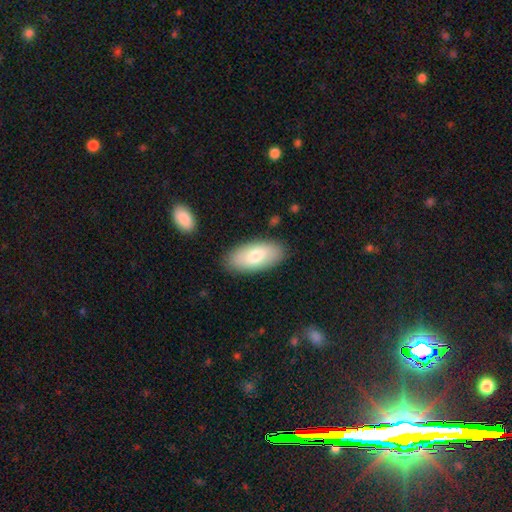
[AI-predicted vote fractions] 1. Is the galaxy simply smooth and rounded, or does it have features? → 74% smooth, 20% featured or disk, 6% star or artifact.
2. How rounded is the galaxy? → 92% in between, 6% cigar-shaped, 2% round.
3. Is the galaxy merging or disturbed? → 87% none, 9% minor disturbance, 2% major disturbance, 2% merger.